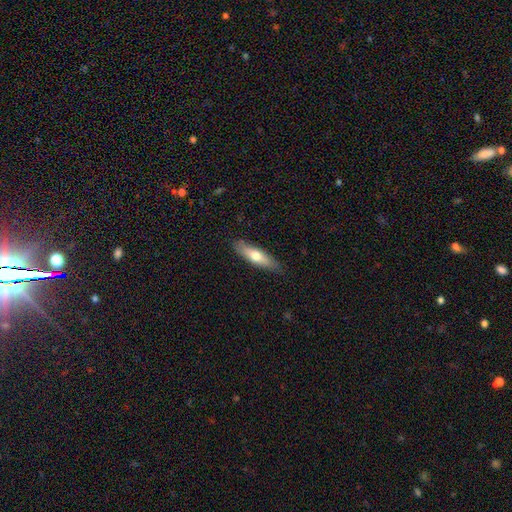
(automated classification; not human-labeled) smooth_or_featured: smooth (p=0.63) [alt: featured or disk p=0.31]
how_rounded: cigar-shaped (p=0.61) [alt: in between p=0.37]
merging: none (p=0.85) [alt: minor disturbance p=0.12]